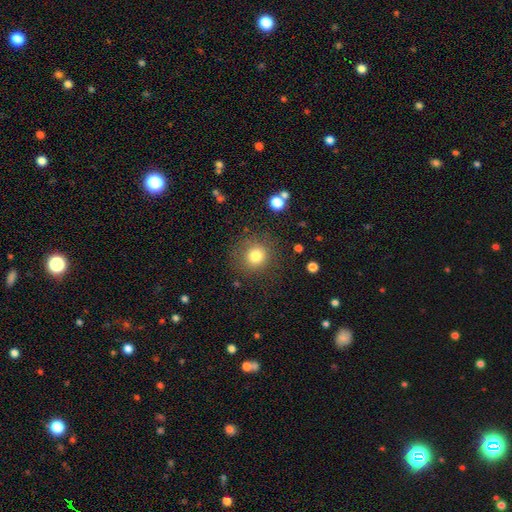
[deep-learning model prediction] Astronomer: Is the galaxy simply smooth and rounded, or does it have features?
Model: smooth — 80%.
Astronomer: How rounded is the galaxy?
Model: round — 90%.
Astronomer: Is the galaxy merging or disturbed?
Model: none — 81%.